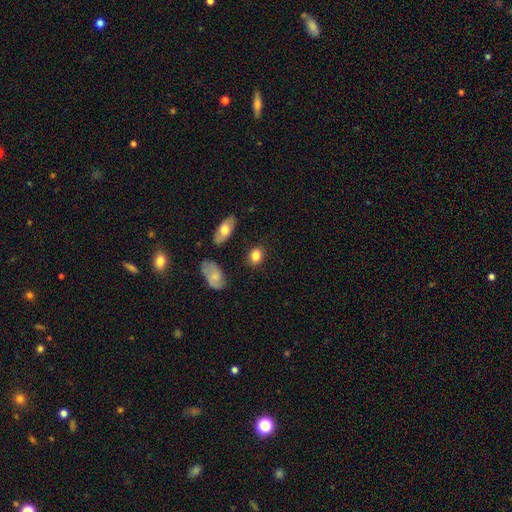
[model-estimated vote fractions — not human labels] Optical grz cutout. It shows a smooth galaxy with no disk features (83%) that is in between round and cigar-shaped (68%). Merging: none (82%).